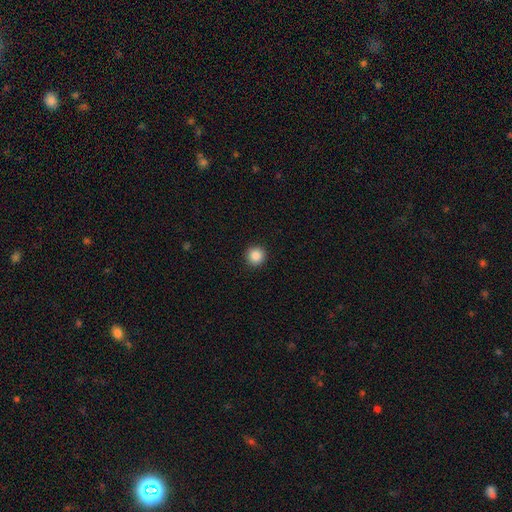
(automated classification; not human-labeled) This appears to be a smooth galaxy with no disk features (88%) that is round (95%). Merging: none (93%).